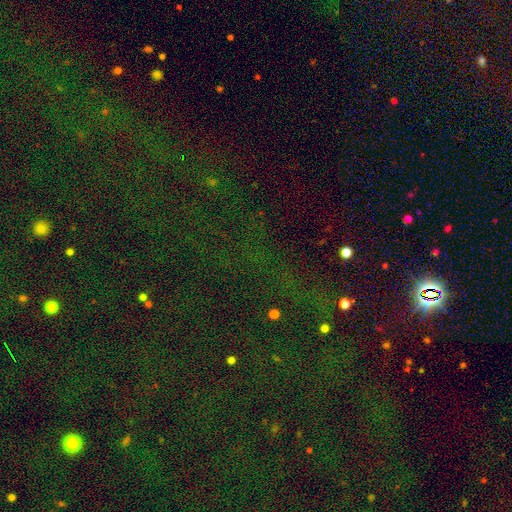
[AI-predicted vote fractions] Smooth or featured? star or artifact (80%)